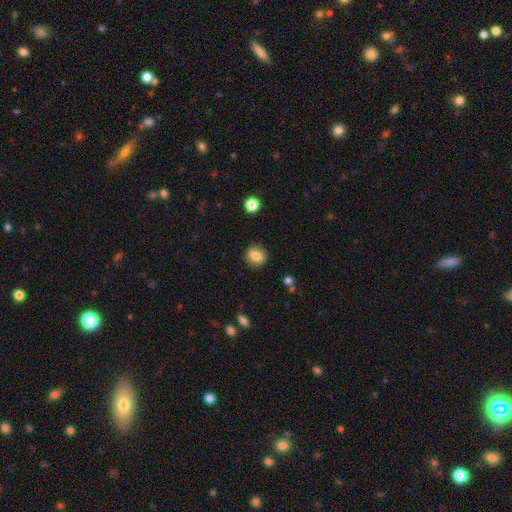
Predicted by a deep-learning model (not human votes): Overall: smooth (81%). How rounded: round (71%). Merging: none (89%).